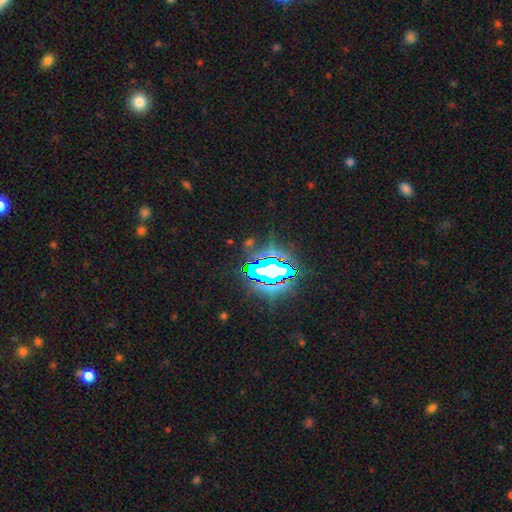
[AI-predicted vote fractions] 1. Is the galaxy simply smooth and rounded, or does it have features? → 79% star or artifact, 12% smooth, 9% featured or disk.